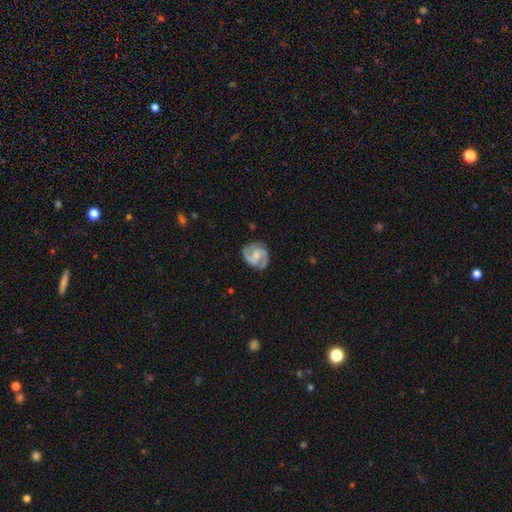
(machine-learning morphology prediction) smooth-or-featured: featured or disk: 86% | smooth: 10% | star or artifact: 5%
  disk-edge-on: no: 98% | yes: 2%
    bar: weak: 51% | no: 32% | strong: 18%
    has-spiral-arms: yes: 97% | no: 3%
      spiral-winding: medium: 54% | tight: 31% | loose: 14%
      spiral-arm-count: 2: 89% | can't tell: 3% | 3: 3% | 1: 2% | 4: 1% | more than 4: 1%
    bulge-size: small: 38% | moderate: 32% | none: 26% | large: 4% | dominant: 1%
  merging: none: 77% | minor disturbance: 16% | major disturbance: 5% | merger: 2%